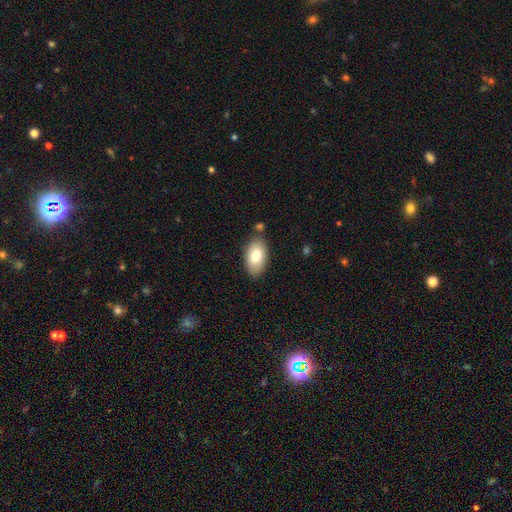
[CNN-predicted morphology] A smooth galaxy with no disk features (79%) that is in between round and cigar-shaped (94%). Merging: none (79%).